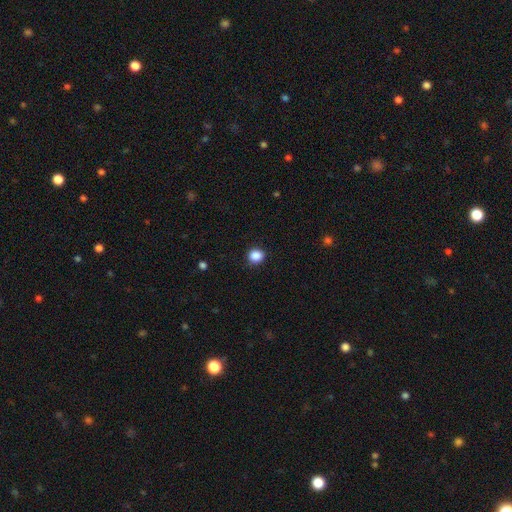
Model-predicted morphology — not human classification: A smooth galaxy with no disk features (87%) that is round (84%).

Vote fractions:
- Smooth or featured? smooth: 87% / star or artifact: 10% / featured or disk: 3%
- How rounded? round: 84% / in between: 15% / cigar-shaped: 1%
- Merging? none: 89% / minor disturbance: 8% / major disturbance: 2% / merger: 1%